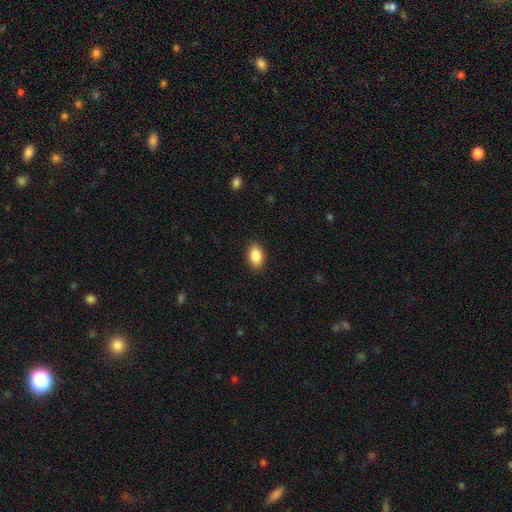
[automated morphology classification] Smooth or featured? smooth (89%)
How rounded? in between (91%)
Merging? none (89%)